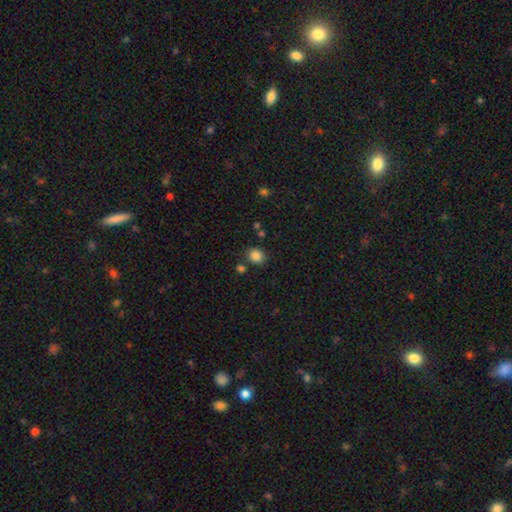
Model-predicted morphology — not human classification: type=smooth (85%); roundness=round (68%); merging=none (79%).